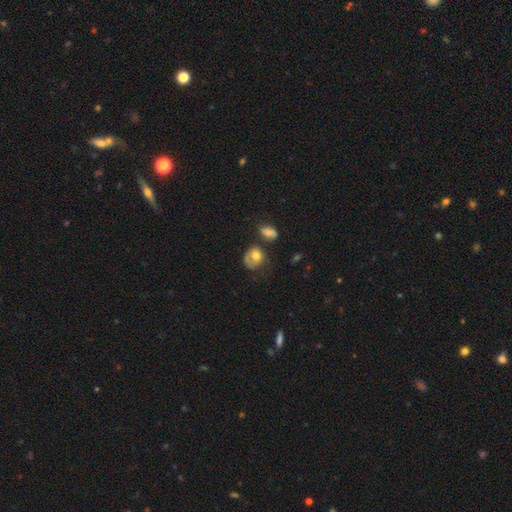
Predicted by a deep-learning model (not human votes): smooth 66%, featured or disk 26%, star or artifact 8%. Down the decision tree: how rounded — round (59%); merging — none (33%).